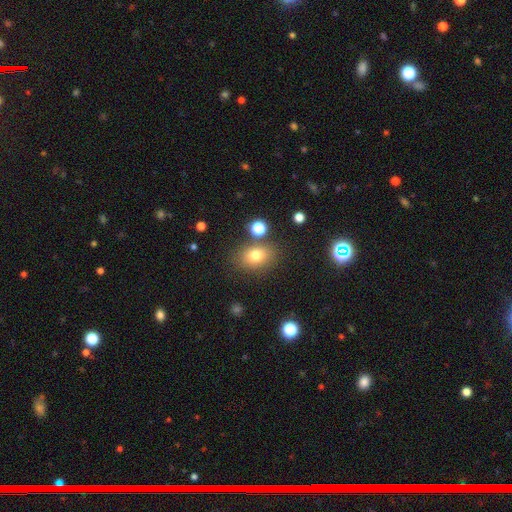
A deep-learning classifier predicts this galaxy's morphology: A smooth galaxy with no disk features (76%) that is in between round and cigar-shaped (65%). Merging: none (77%).